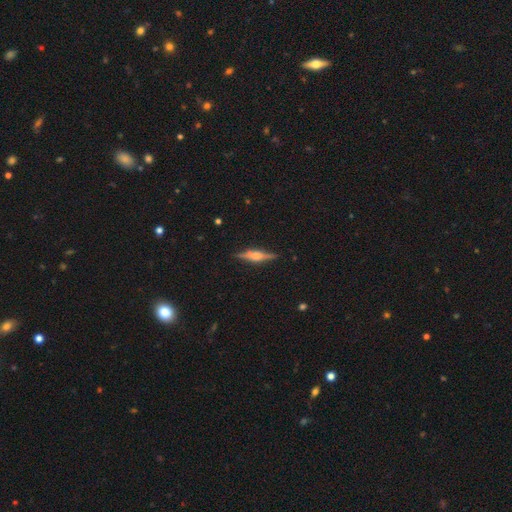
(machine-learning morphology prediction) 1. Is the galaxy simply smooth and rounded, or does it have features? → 72% featured or disk, 21% smooth, 7% star or artifact.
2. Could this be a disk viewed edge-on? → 97% yes, 3% no.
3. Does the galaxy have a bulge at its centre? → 81% rounded, 15% boxy, 4% none.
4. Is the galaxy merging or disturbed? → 88% none, 9% minor disturbance, 2% major disturbance, 1% merger.